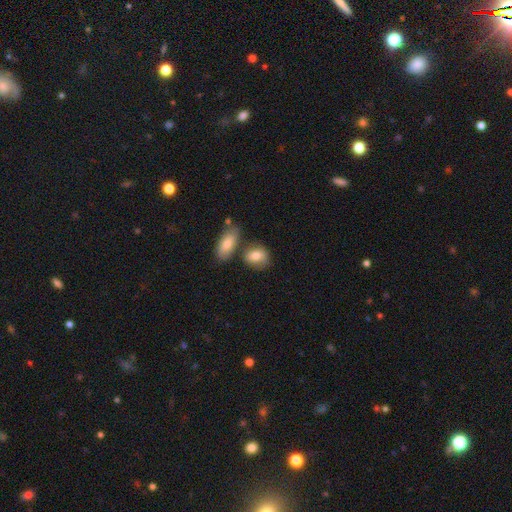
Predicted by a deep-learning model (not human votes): The model was most divided on "how rounded": in between: 60%, round: 36%, cigar-shaped: 3%. More confident: smooth or featured — smooth (78%); merging — none (59%).